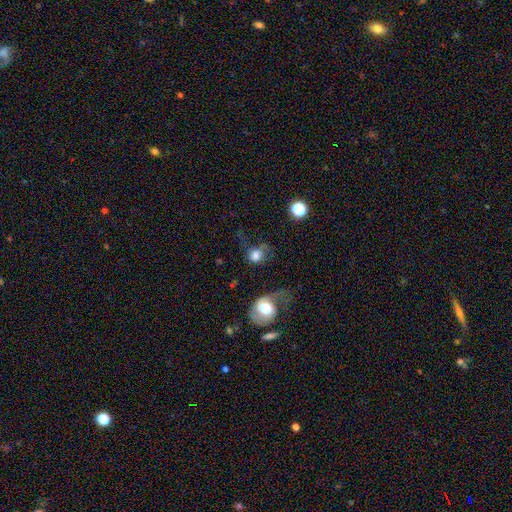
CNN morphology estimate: smooth 65%, featured or disk 23%, star or artifact 12%. Down the decision tree: how rounded — round (69%); merging — major disturbance (40%).